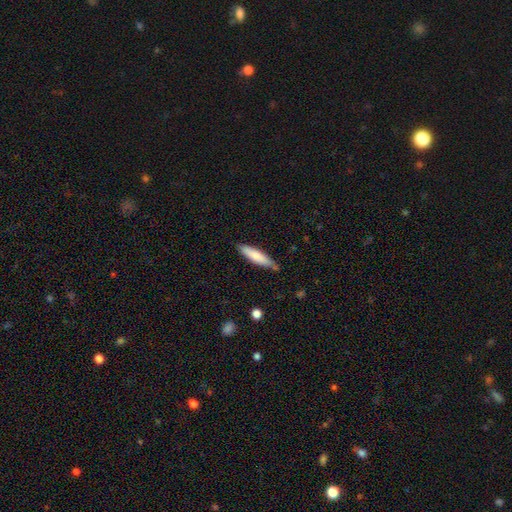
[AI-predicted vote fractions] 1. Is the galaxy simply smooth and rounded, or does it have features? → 74% smooth, 21% featured or disk, 6% star or artifact.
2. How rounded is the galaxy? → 78% cigar-shaped, 21% in between, 1% round.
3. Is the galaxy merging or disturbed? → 79% none, 16% minor disturbance, 3% merger, 2% major disturbance.